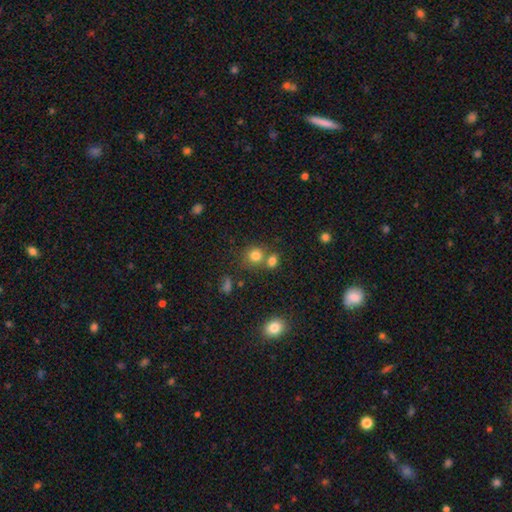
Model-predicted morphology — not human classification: Smooth or featured? Predicted: smooth (p=0.79). How rounded? Predicted: round (p=0.79). Merging? Predicted: none (p=0.56).